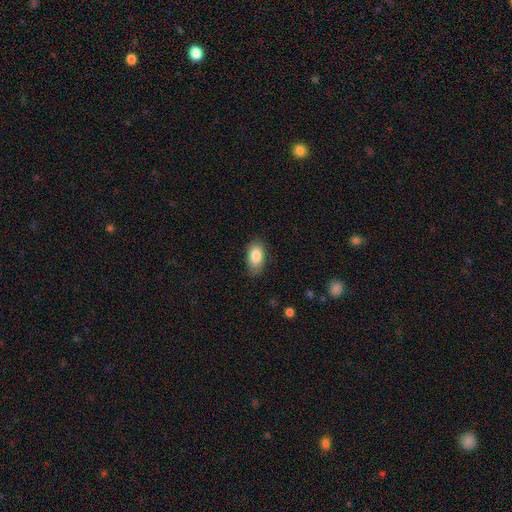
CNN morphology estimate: Q: Smooth or featured?
A: smooth (85%); runner-up: featured or disk (9%)
Q: How rounded?
A: in between (93%); runner-up: round (5%)
Q: Merging?
A: none (81%); runner-up: minor disturbance (15%)